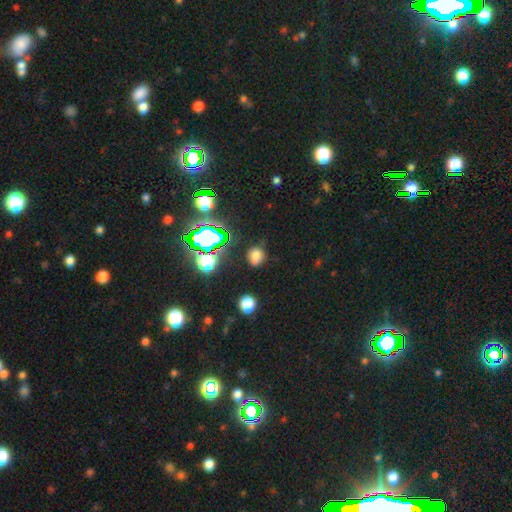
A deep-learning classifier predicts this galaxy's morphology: Q: Smooth or featured?
A: smooth (63%); runner-up: star or artifact (27%)
Q: How rounded?
A: round (73%); runner-up: in between (26%)
Q: Merging?
A: none (68%); runner-up: minor disturbance (18%)